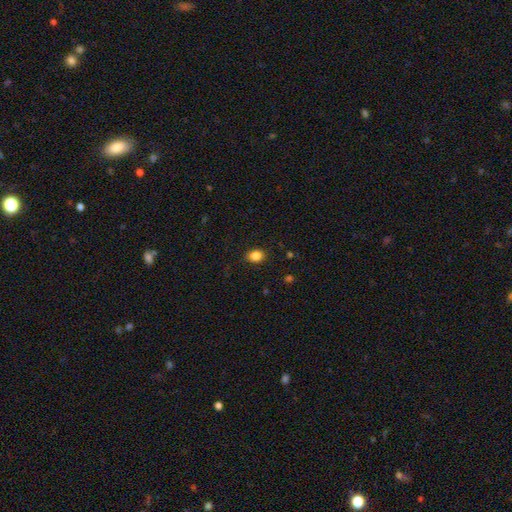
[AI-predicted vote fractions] A smooth galaxy with no disk features (85%) that is in between round and cigar-shaped (52%). Merging: none (87%).